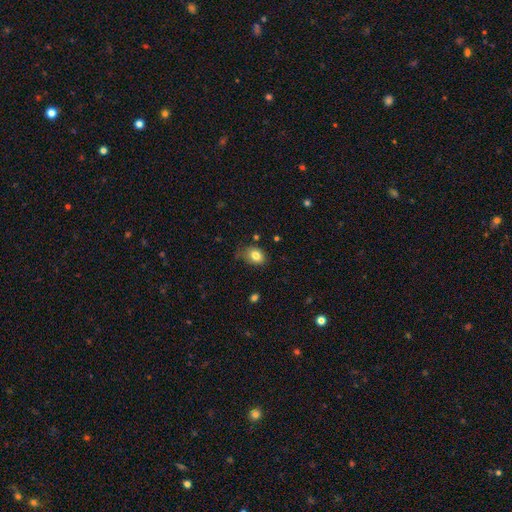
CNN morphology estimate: Overall: smooth (81%). How rounded: in between (64%; round 35%). Merging: none (68%).